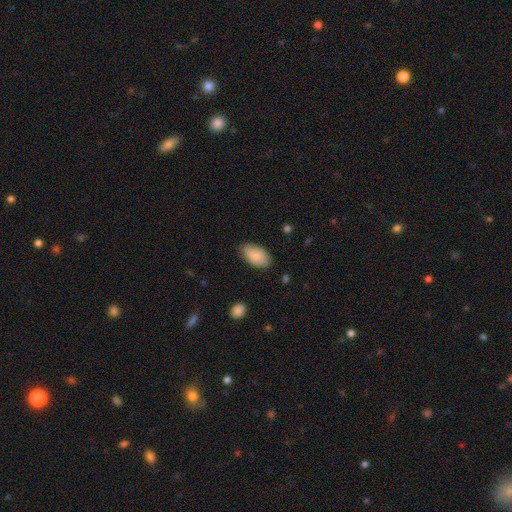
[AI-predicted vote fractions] Q: Smooth or featured?
A: smooth (87%); runner-up: featured or disk (7%)
Q: How rounded?
A: in between (95%); runner-up: round (3%)
Q: Merging?
A: none (80%); runner-up: minor disturbance (16%)